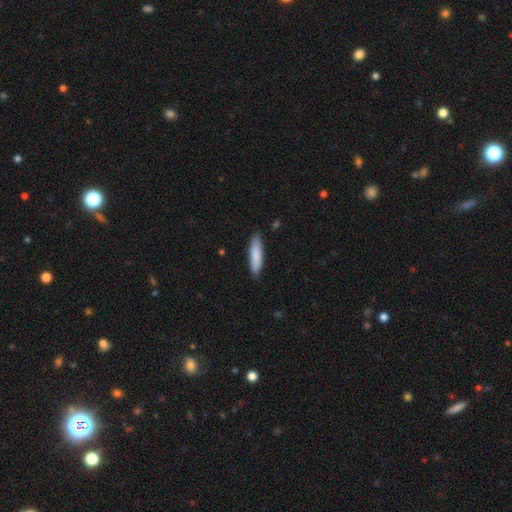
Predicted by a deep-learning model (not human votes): Q: Smooth or featured?
A: smooth (84%); runner-up: featured or disk (11%)
Q: How rounded?
A: cigar-shaped (71%); runner-up: in between (27%)
Q: Merging?
A: none (83%); runner-up: minor disturbance (14%)